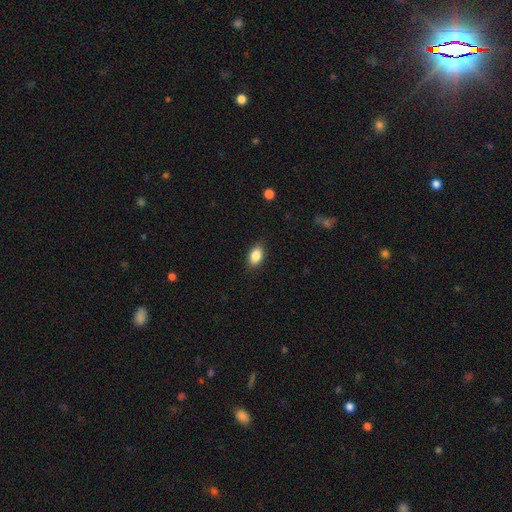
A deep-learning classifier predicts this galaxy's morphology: Smooth or featured: smooth — 86% (star or artifact — 8%)
How rounded: in between — 88% (round — 9%)
Merging: none — 87% (minor disturbance — 10%)